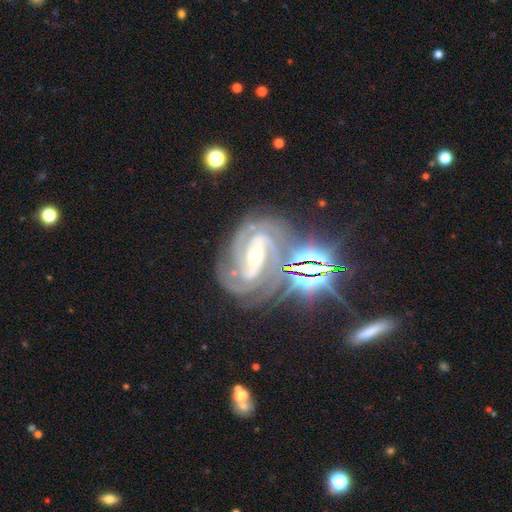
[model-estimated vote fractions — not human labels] smooth-or-featured: featured or disk: 85% | star or artifact: 11% | smooth: 4%
  disk-edge-on: no: 97% | yes: 3%
    bar: strong: 55% | weak: 29% | no: 17%
    has-spiral-arms: yes: 98% | no: 2%
      spiral-winding: tight: 59% | medium: 36% | loose: 5%
      spiral-arm-count: 2: 36% (tied) | 3: 36% (tied) | can't tell: 10% | 4: 9% | more than 4: 5% | 1: 5%
    bulge-size: small: 48% | moderate: 47% | large: 3% | none: 1% | dominant: 1%
  merging: none: 69% | minor disturbance: 18% | major disturbance: 9% | merger: 4%